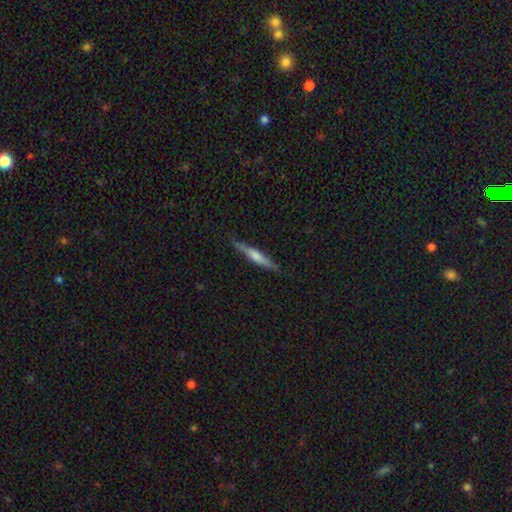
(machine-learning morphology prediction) Smooth or featured?
  - featured or disk: 60% *
  - smooth: 34%
  - star or artifact: 6%
Edge-on disk?
  - yes: 97% *
  - no: 3%
Edge-on bulge?
  - rounded: 72% *
  - none: 15%
  - boxy: 13%
Merging?
  - none: 86% *
  - minor disturbance: 10%
  - major disturbance: 2%
  - merger: 1%